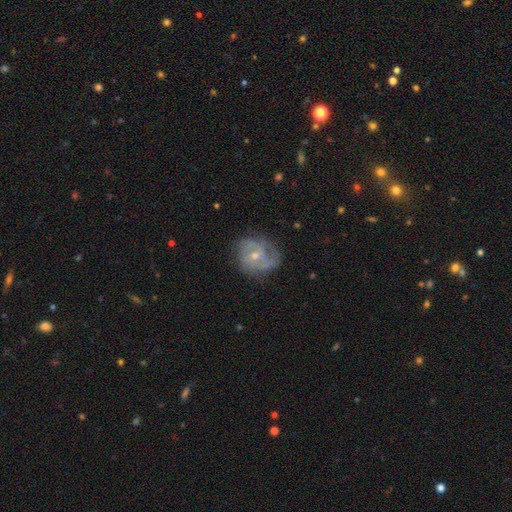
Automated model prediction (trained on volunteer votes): This appears to be a featured or disk galaxy (79%) with no bar (67%), 2 (37%) tight (46%) spiral arms (89%) and a moderate central bulge (49%). Merging: none (64%).